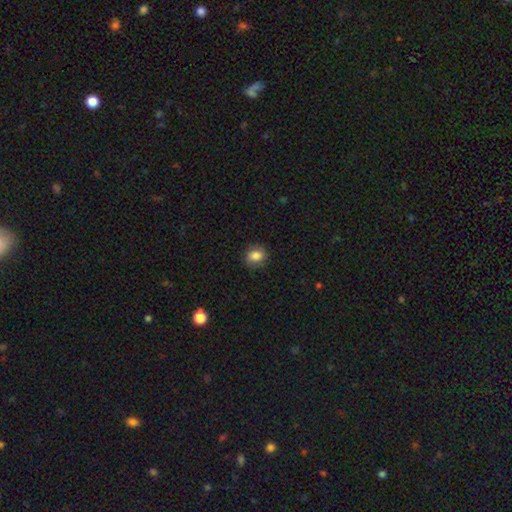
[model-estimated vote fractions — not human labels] smooth-or-featured: smooth: 83% | star or artifact: 10% | featured or disk: 8%
  how-rounded: round: 53% | in between: 45% | cigar-shaped: 1%
  merging: none: 84% | minor disturbance: 12% | major disturbance: 3% | merger: 1%